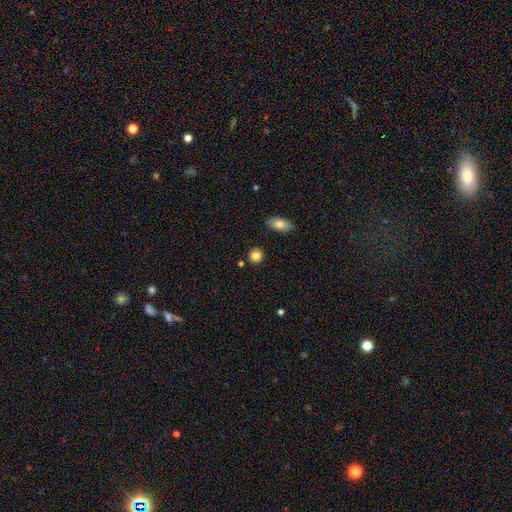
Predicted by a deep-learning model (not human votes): Morphology: type=smooth (84%); roundness=round (86%); merging=none (86%).